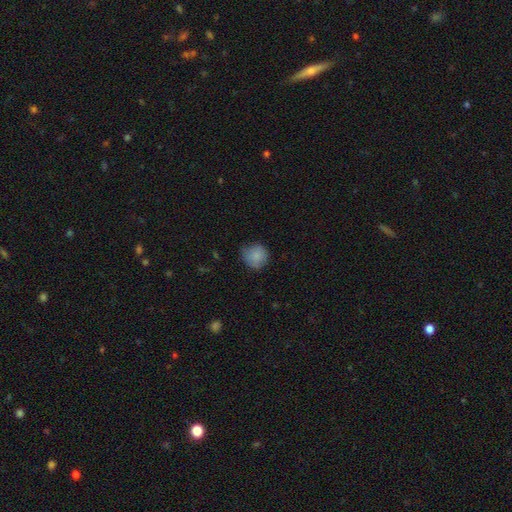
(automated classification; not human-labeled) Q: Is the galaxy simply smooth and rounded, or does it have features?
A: smooth — 85%.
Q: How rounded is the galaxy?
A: round — 89%.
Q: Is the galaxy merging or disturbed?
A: none — 71%.